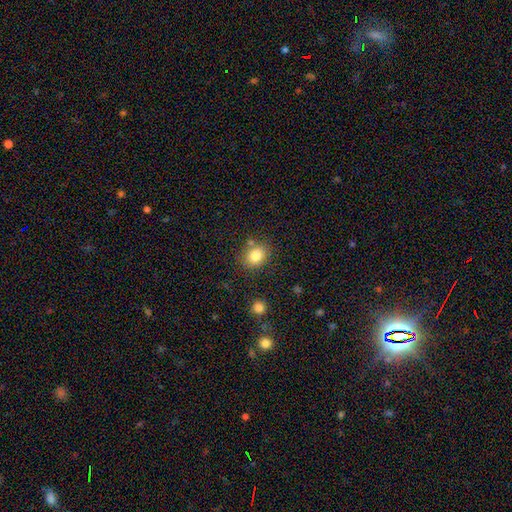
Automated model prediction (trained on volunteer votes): Morphology: type=smooth (82%); roundness=round (54%); merging=none (75%).